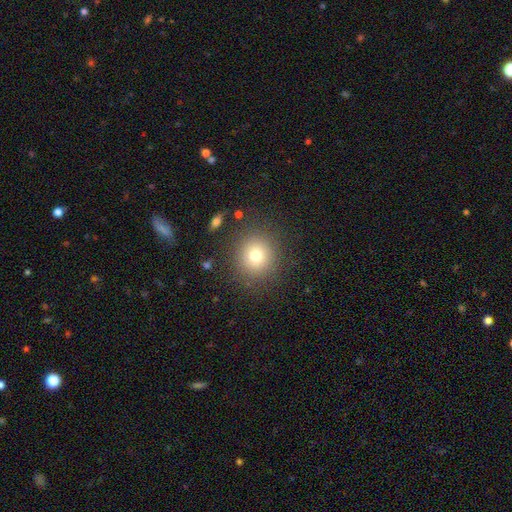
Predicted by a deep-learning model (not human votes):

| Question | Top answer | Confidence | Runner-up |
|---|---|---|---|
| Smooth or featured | smooth | 74% | star or artifact (15%) |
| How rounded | round | 90% | in between (9%) |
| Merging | none | 86% | minor disturbance (8%) |